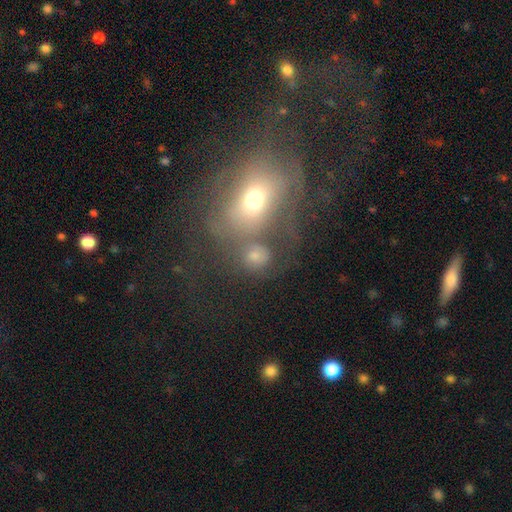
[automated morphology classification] smooth-or-featured: smooth: 62% | star or artifact: 19% | featured or disk: 19%
  how-rounded: round: 73% | in between: 26% | cigar-shaped: 2%
  merging: none: 46% | merger: 31% | minor disturbance: 12% | major disturbance: 12%